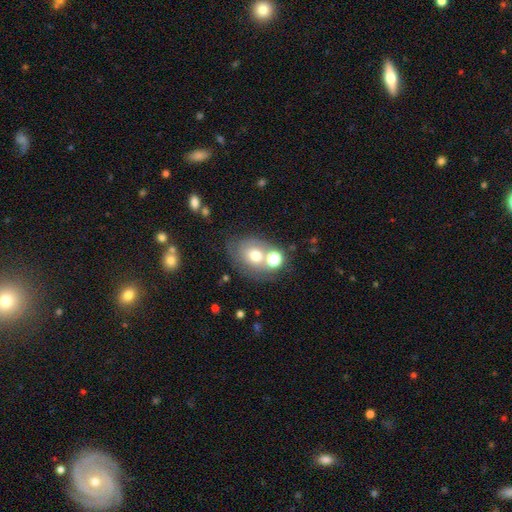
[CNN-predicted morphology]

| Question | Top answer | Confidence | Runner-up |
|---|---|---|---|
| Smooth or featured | smooth | 59% | featured or disk (27%) |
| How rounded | round | 51% | in between (48%) |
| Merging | none | 48% | merger (26%) |